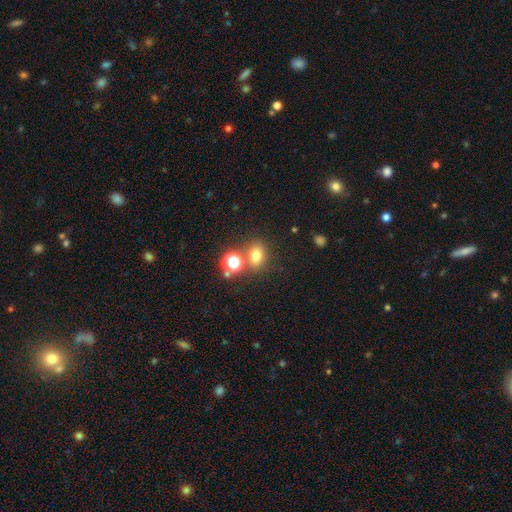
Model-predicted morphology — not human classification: This is likely a smooth galaxy (72%). How rounded: possibly round (54%). Merging: likely none (66%).